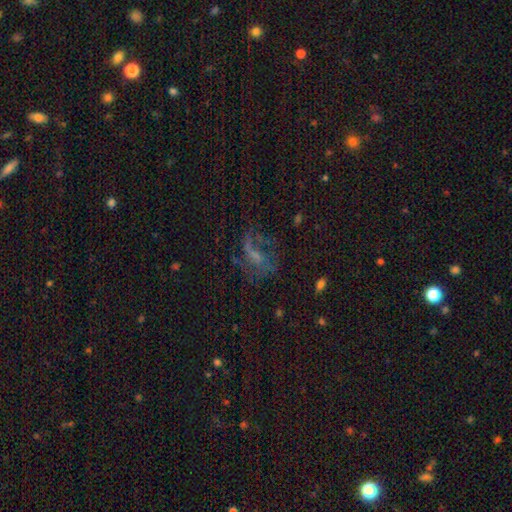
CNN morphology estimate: A featured or disk galaxy (57%) with no bar (53%), spiral arms (66%) and a small central bulge (45%). Merging: none (40%).